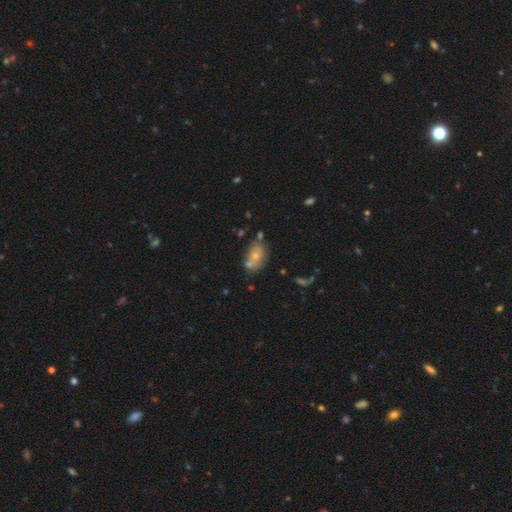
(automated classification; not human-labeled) Smooth or featured: smooth — 64% (featured or disk — 25%)
How rounded: in between — 78% (round — 20%)
Merging: none — 46% (merger — 29%)